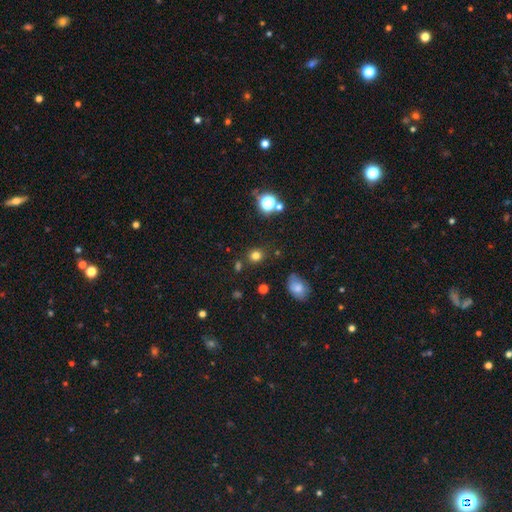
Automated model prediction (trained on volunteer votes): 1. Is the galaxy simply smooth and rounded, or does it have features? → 76% smooth, 18% star or artifact, 6% featured or disk.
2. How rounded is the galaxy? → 77% round, 22% in between, 1% cigar-shaped.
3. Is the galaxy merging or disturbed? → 82% none, 10% minor disturbance, 5% merger, 3% major disturbance.